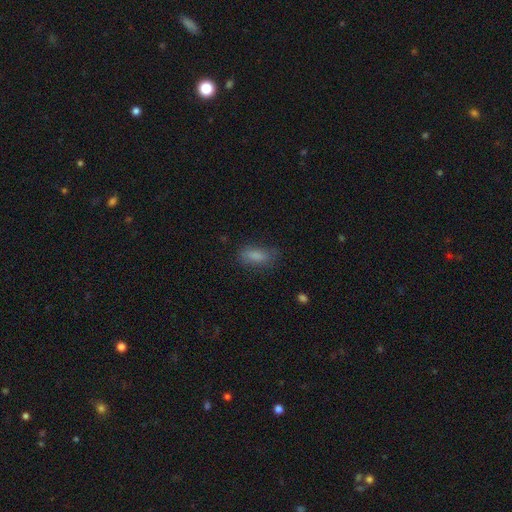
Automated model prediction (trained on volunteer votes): smooth_or_featured: smooth (p=0.83) [alt: star or artifact p=0.09]
how_rounded: in between (p=0.80) [alt: cigar-shaped p=0.16]
merging: none (p=0.72) [alt: minor disturbance p=0.20]